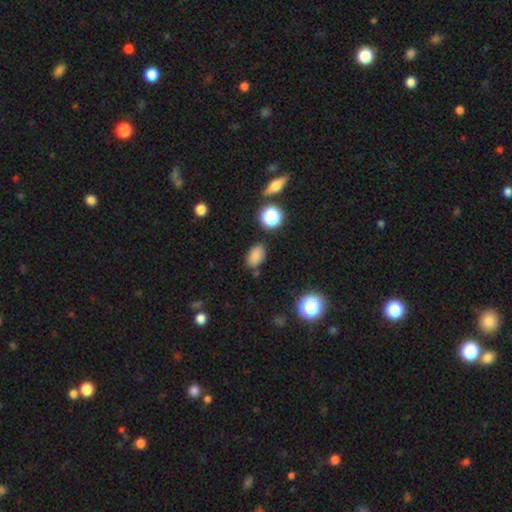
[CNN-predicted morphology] Smooth or featured?
  - smooth: 80% *
  - star or artifact: 14%
  - featured or disk: 6%
How rounded?
  - in between: 87% *
  - round: 12%
  - cigar-shaped: 2%
Merging?
  - none: 79% *
  - minor disturbance: 14%
  - merger: 4%
  - major disturbance: 3%